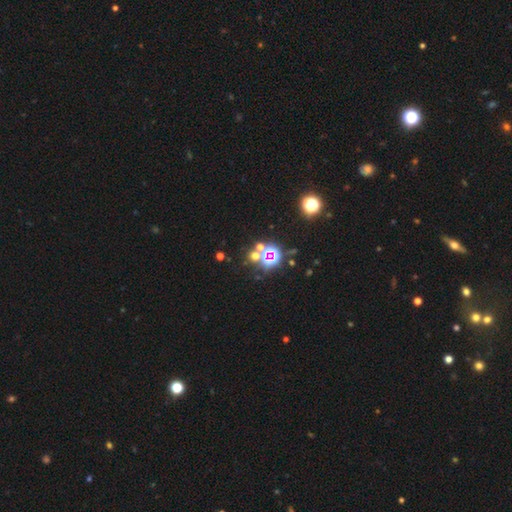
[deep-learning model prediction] The model was most divided on "smooth or featured": star or artifact: 56%, smooth: 34%, featured or disk: 10%.